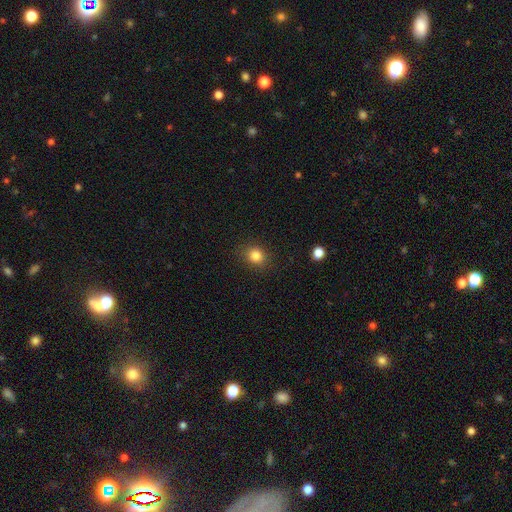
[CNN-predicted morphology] This appears to be a smooth galaxy with no disk features (83%) that is round (68%). Merging: none (87%).